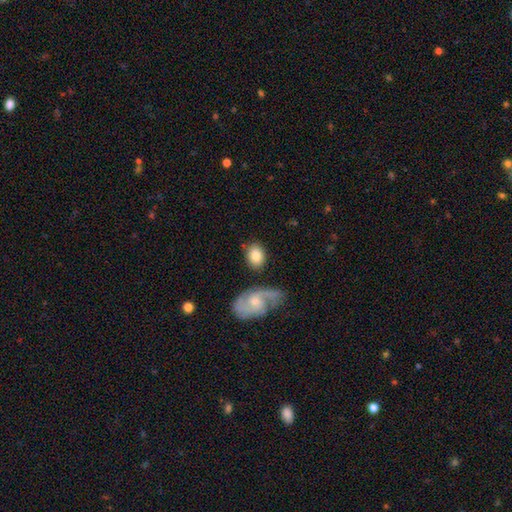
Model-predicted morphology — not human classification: A smooth galaxy with no disk features (77%) that is in between round and cigar-shaped (69%).

Vote fractions:
- Smooth or featured? smooth: 77% / featured or disk: 18% / star or artifact: 6%
- How rounded? in between: 69% / round: 30% / cigar-shaped: 2%
- Merging? none: 72% / minor disturbance: 14% / merger: 8% / major disturbance: 5%